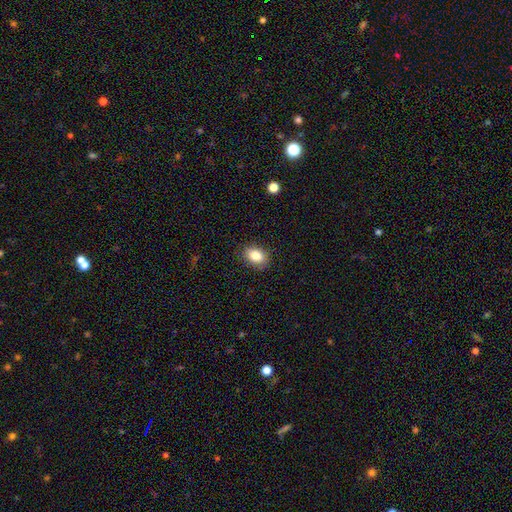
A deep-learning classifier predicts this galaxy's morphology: This is clearly a smooth galaxy (85%). How rounded: likely in between (72%). Merging: clearly none (87%).